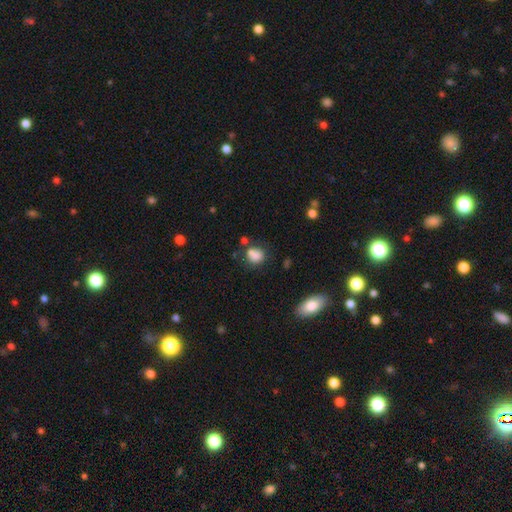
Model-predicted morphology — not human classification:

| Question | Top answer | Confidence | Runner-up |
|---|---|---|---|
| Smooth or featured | smooth | 81% | star or artifact (11%) |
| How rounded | round | 61% | in between (38%) |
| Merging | none | 55% | minor disturbance (19%) |